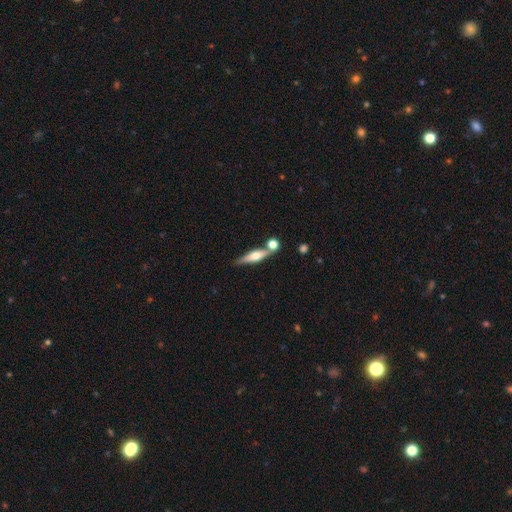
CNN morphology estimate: The model was most divided on "smooth or featured": featured or disk: 52%, smooth: 42%, star or artifact: 7%. More confident: edge-on disk — yes (91%); merging — none (64%).